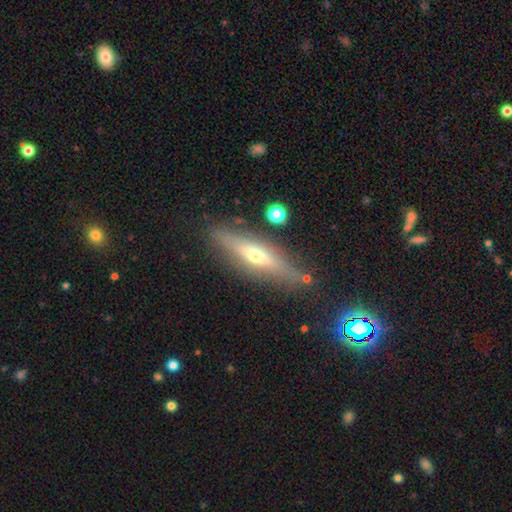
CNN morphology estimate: A featured or disk galaxy (61%) viewed edge-on (88%) with a rounded central bulge (85%). Merging: none (81%).